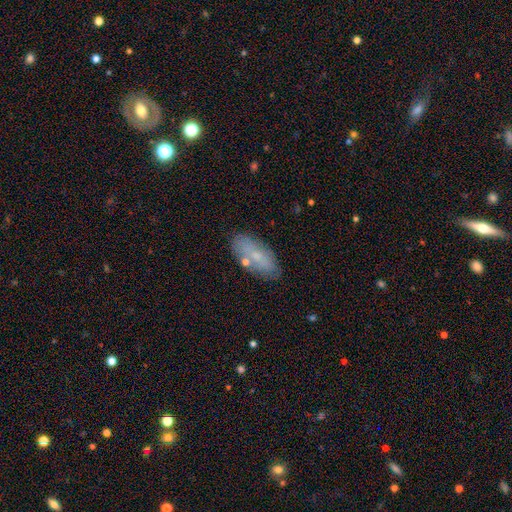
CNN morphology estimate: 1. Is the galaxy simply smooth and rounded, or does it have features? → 64% smooth, 28% featured or disk, 8% star or artifact.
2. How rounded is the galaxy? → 80% in between, 17% cigar-shaped, 3% round.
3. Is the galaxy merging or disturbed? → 76% none, 15% minor disturbance, 6% merger, 4% major disturbance.